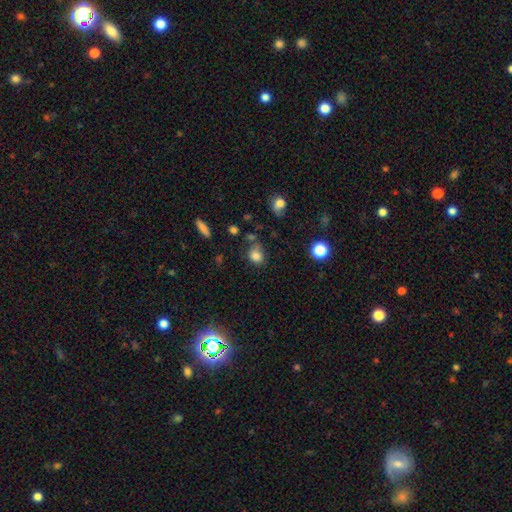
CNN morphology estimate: Overall: smooth (81%). How rounded: round (62%; in between 37%). Merging: none (60%; minor disturbance 23%).